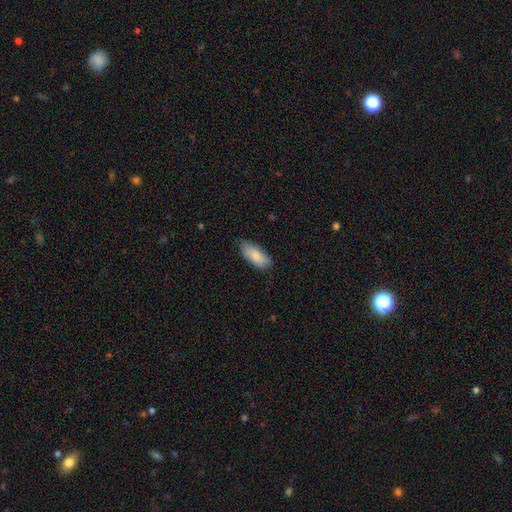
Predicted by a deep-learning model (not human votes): smooth-or-featured: smooth: 84% | featured or disk: 10% | star or artifact: 6%
  how-rounded: in between: 86% | cigar-shaped: 12% | round: 2%
  merging: none: 77% | minor disturbance: 19% | major disturbance: 3% | merger: 1%